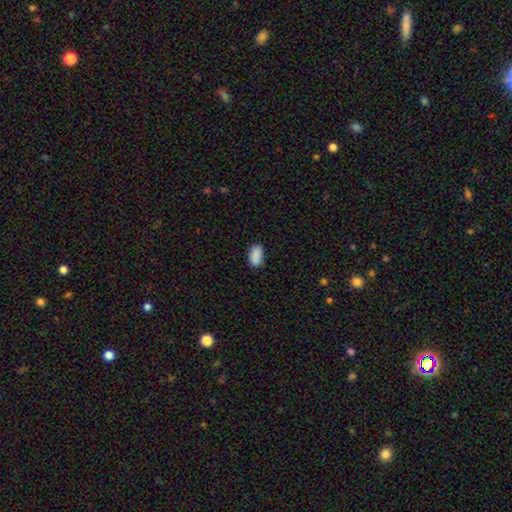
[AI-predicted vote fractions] Overall: smooth (88%). How rounded: in between (93%). Merging: none (77%).